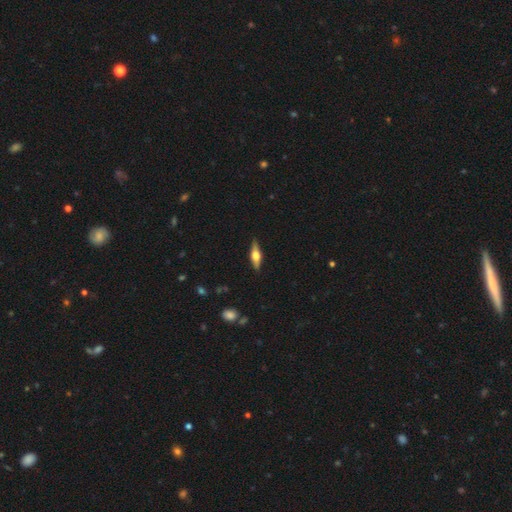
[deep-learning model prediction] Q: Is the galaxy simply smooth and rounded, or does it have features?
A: featured or disk — 59%.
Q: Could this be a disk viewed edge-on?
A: yes — 95%.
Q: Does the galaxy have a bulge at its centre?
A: rounded — 90%.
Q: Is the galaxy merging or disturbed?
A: none — 87%.